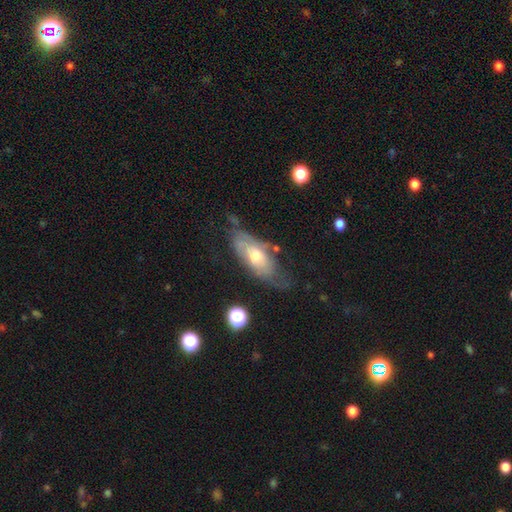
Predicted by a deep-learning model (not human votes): The model was most divided on "smooth or featured": featured or disk: 53%, smooth: 40%, star or artifact: 7%. More confident: edge-on disk — no (77%); merging — none (51%).